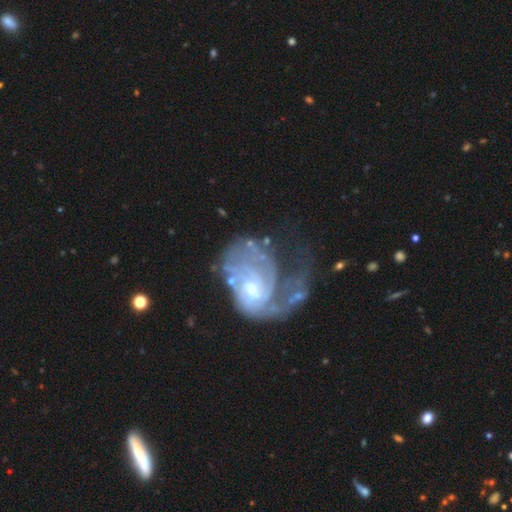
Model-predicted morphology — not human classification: Smooth or featured?
  - featured or disk: 80% *
  - smooth: 11%
  - star or artifact: 8%
Edge-on disk?
  - no: 97% *
  - yes: 3%
Bar?
  - no: 70% *
  - weak: 24%
  - strong: 6%
Spiral arms?
  - yes: 85% *
  - no: 15%
Spiral winding?
  - tight: 46% *
  - medium: 33%
  - loose: 21%
Spiral arm count?
  - can't tell: 31% *
  - 1: 27%
  - 2: 25%
  - 3: 8%
  - 4: 4%
  - more than 4: 4%
Bulge size?
  - moderate: 48% *
  - small: 40%
  - large: 6%
  - none: 4%
  - dominant: 2%
Merging?
  - major disturbance: 46% *
  - none: 28%
  - minor disturbance: 17%
  - merger: 10%